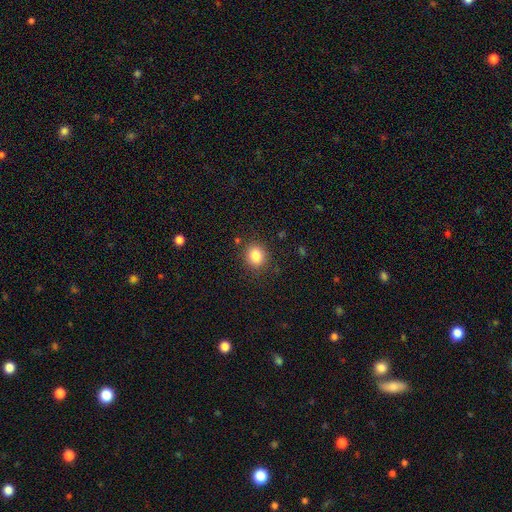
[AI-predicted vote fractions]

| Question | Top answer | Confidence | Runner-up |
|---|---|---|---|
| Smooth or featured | smooth | 83% | star or artifact (11%) |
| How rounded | round | 74% | in between (26%) |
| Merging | none | 86% | minor disturbance (9%) |